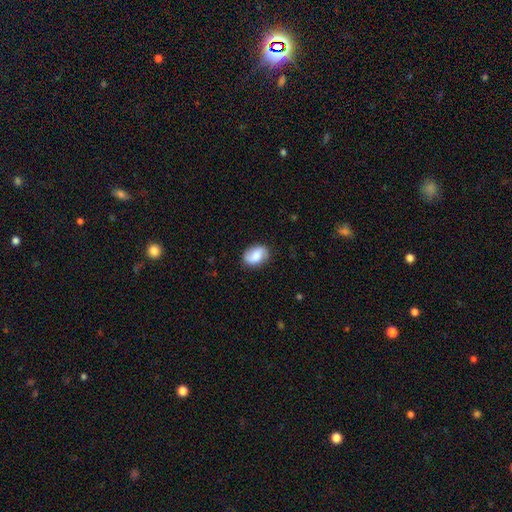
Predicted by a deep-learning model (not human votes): Smooth or featured? smooth (53%)
How rounded? in between (79%)
Merging? none (81%)